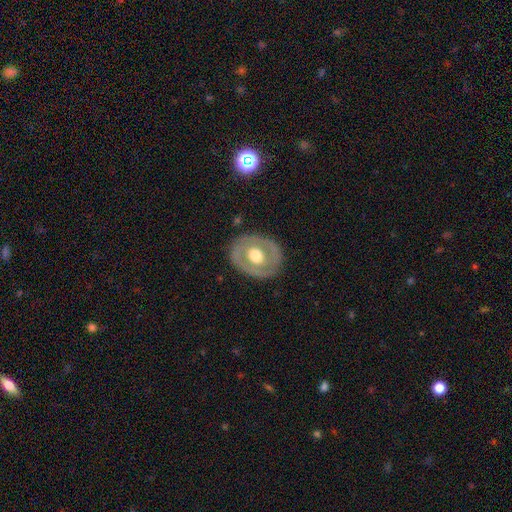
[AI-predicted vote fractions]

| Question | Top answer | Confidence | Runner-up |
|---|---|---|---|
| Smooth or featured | featured or disk | 56% | smooth (39%) |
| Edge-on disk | no | 93% | yes (7%) |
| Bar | no | 81% | weak (14%) |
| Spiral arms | no | 83% | yes (17%) |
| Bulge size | moderate | 58% | large (35%) |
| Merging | none | 82% | minor disturbance (12%) |